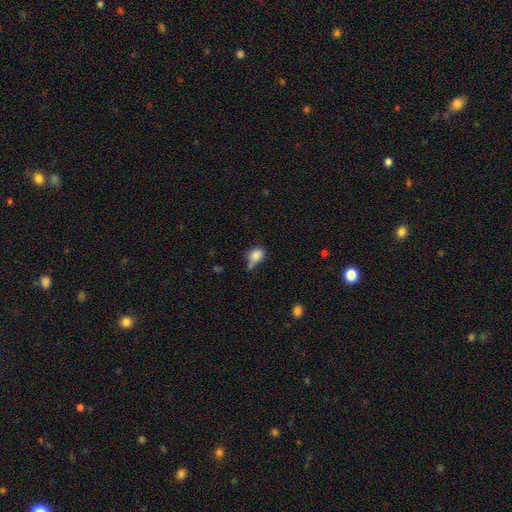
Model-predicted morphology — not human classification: Smooth or featured: smooth — 81% (star or artifact — 10%)
How rounded: in between — 69% (round — 29%)
Merging: minor disturbance — 37% (none — 36%)